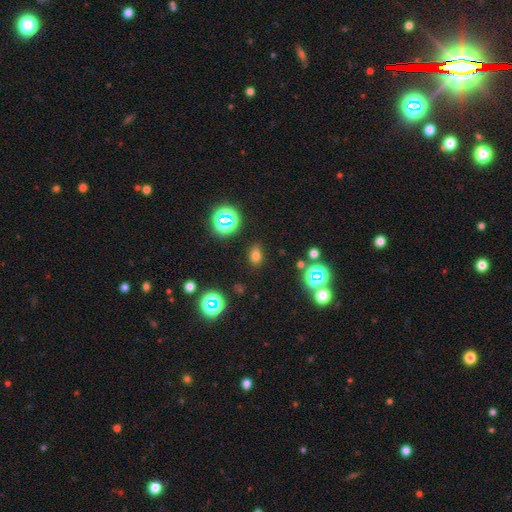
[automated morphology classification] Smooth or featured: smooth — 72% (star or artifact — 22%)
How rounded: in between — 67% (round — 31%)
Merging: none — 85% (minor disturbance — 10%)